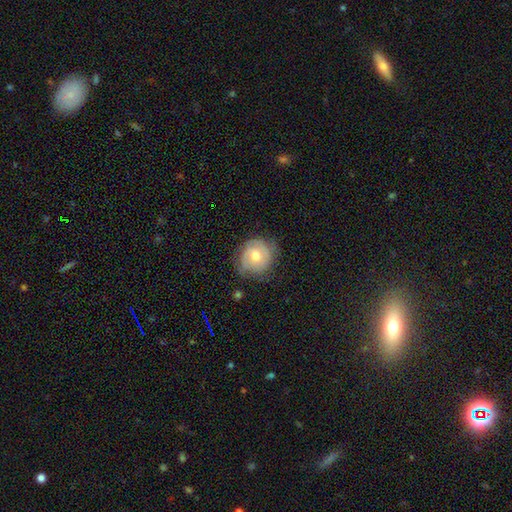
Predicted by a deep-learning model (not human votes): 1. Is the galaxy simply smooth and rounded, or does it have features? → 63% featured or disk, 30% smooth, 7% star or artifact.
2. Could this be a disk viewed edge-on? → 97% no, 3% yes.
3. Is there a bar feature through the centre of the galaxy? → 70% no, 26% weak, 5% strong.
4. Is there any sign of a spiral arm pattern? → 86% yes, 14% no.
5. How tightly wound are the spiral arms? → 65% tight, 27% medium, 8% loose.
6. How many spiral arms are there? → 42% 2, 31% can't tell, 14% 3, 7% 1, 3% 4, 3% more than 4.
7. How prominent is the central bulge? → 66% moderate, 28% small, 4% large, 1% none, 1% dominant.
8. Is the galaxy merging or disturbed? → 70% none, 22% minor disturbance, 7% major disturbance, 1% merger.